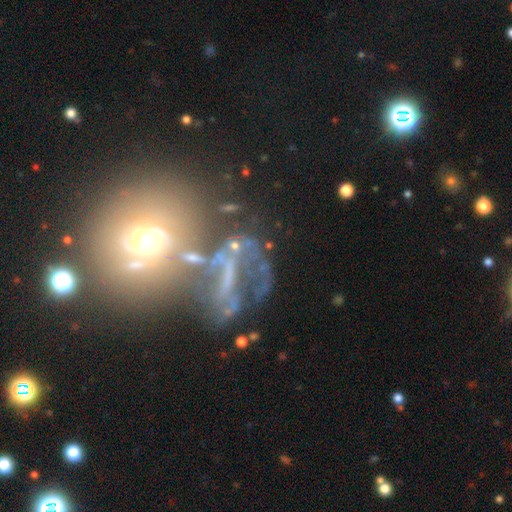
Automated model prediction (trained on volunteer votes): Smooth or featured? Predicted: featured or disk (p=0.48). Merging? Predicted: none (p=0.33).